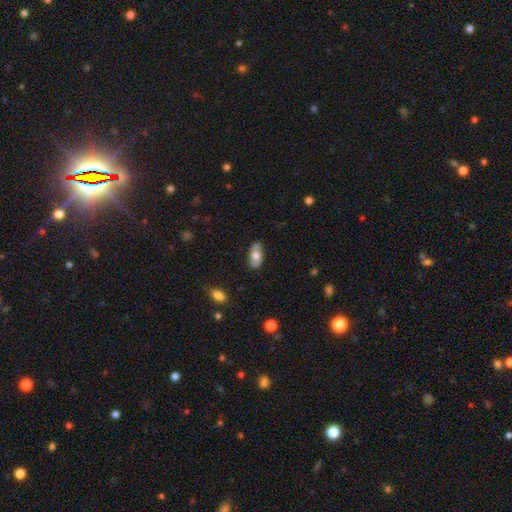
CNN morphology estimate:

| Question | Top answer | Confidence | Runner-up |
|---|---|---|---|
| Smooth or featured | smooth | 65% | featured or disk (29%) |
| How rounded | in between | 90% | cigar-shaped (7%) |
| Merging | none | 84% | minor disturbance (12%) |